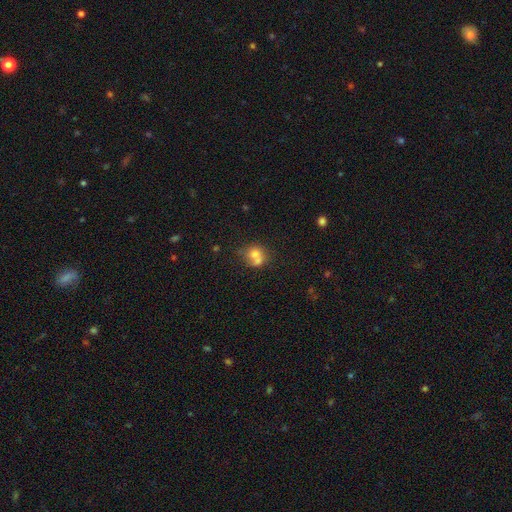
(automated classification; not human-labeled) smooth_or_featured: smooth (p=0.71) [alt: featured or disk p=0.18]
how_rounded: round (p=0.71) [alt: in between p=0.28]
merging: merger (p=0.53) [alt: none p=0.31]